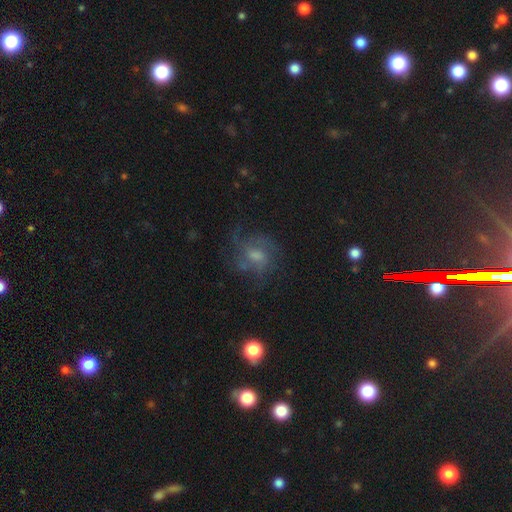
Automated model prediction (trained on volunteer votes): A featured or disk galaxy (61%) with no bar (56%), spiral arms (82%) and a moderate central bulge (48%).

Vote fractions:
- Smooth or featured? featured or disk: 61% / smooth: 26% / star or artifact: 12%
- Edge-on disk? no: 97% / yes: 3%
- Bar? no: 56% / weak: 39% / strong: 5%
- Spiral arms? yes: 82% / no: 18%
- Bulge size? moderate: 48% / small: 31% / none: 11% / large: 8% / dominant: 1%
- Merging? none: 58% / major disturbance: 20% / minor disturbance: 19% / merger: 3%